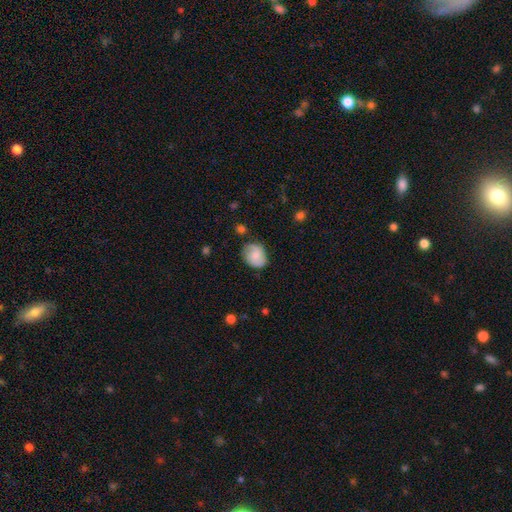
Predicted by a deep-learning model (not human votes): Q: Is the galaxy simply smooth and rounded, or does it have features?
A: smooth — 64%.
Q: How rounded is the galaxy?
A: in between — 51%.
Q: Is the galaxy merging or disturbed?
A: none — 74%.